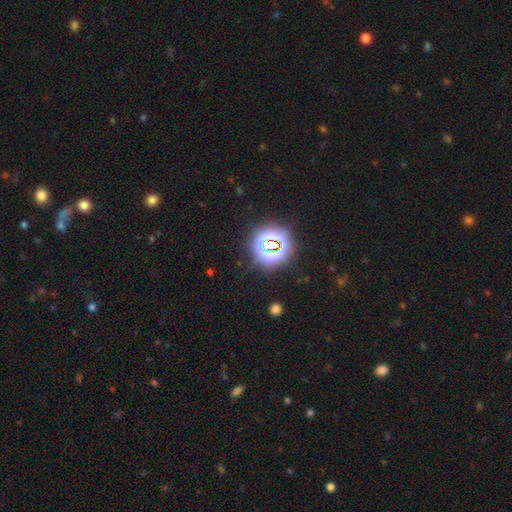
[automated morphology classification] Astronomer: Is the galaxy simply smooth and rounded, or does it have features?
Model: star or artifact — 82%.